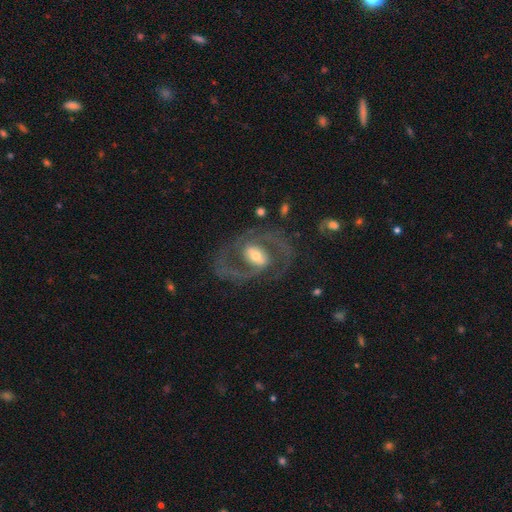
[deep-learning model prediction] smooth-or-featured: featured or disk: 86% | smooth: 8% | star or artifact: 5%
  disk-edge-on: no: 97% | yes: 3%
    bar: weak: 42% | strong: 36% | no: 22%
    has-spiral-arms: yes: 91% | no: 9%
      spiral-winding: medium: 61% | tight: 22% | loose: 17%
      spiral-arm-count: 2: 90% | can't tell: 4% | 1: 2% | 3: 2% | 4: 1% | more than 4: 1%
    bulge-size: moderate: 54% | small: 31% | large: 12% | dominant: 2% | none: 2%
  merging: none: 74% | minor disturbance: 13% | major disturbance: 12% | merger: 2%